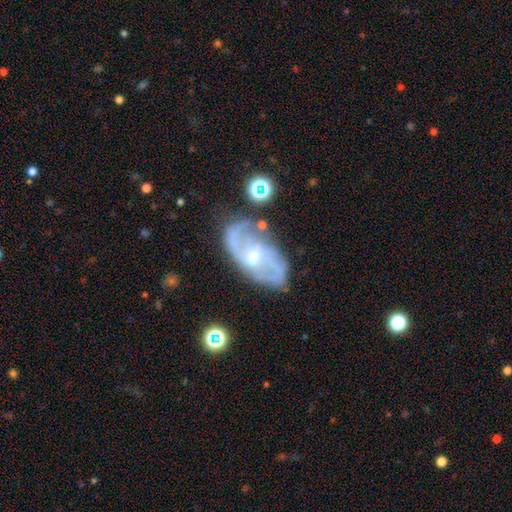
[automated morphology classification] Smooth or featured?
  - featured or disk: 82% *
  - smooth: 11%
  - star or artifact: 7%
Edge-on disk?
  - no: 95% *
  - yes: 5%
Bar?
  - weak: 52% *
  - no: 32%
  - strong: 16%
Spiral arms?
  - yes: 93% *
  - no: 7%
Spiral winding?
  - medium: 48% *
  - loose: 30%
  - tight: 22%
Spiral arm count?
  - 2: 74% *
  - can't tell: 14%
  - 3: 6%
  - 1: 3%
  - 4: 2%
  - more than 4: 2%
Bulge size?
  - small: 49% *
  - moderate: 45%
  - none: 3%
  - large: 2%
  - dominant: 1%
Merging?
  - none: 67% *
  - minor disturbance: 20%
  - major disturbance: 9%
  - merger: 4%